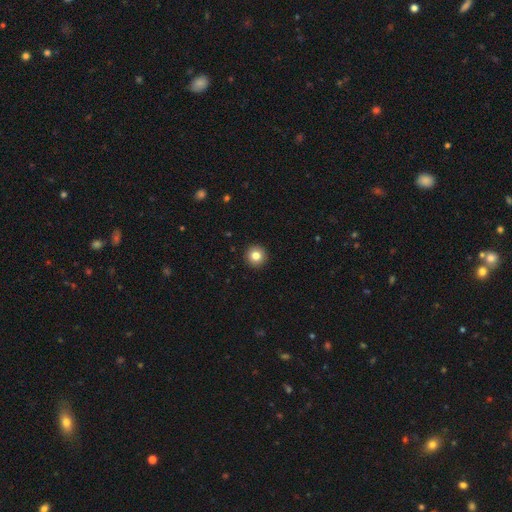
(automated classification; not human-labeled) smooth_or_featured: smooth (p=0.83) [alt: star or artifact p=0.10]
how_rounded: round (p=0.96) [alt: in between p=0.03]
merging: none (p=0.94) [alt: minor disturbance p=0.04]